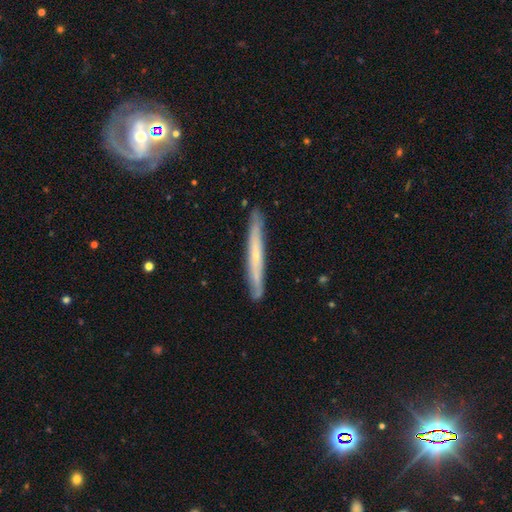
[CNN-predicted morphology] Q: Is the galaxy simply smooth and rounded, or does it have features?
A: featured or disk — 57%.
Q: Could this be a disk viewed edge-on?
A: yes — 89%.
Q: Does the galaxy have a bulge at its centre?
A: none — 62%.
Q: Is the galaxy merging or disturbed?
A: none — 87%.